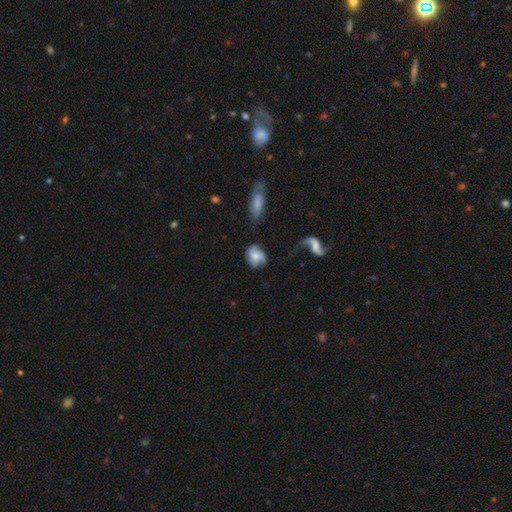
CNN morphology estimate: A smooth galaxy with no disk features (54%) that is in between round and cigar-shaped (52%). Merging: none (47%).